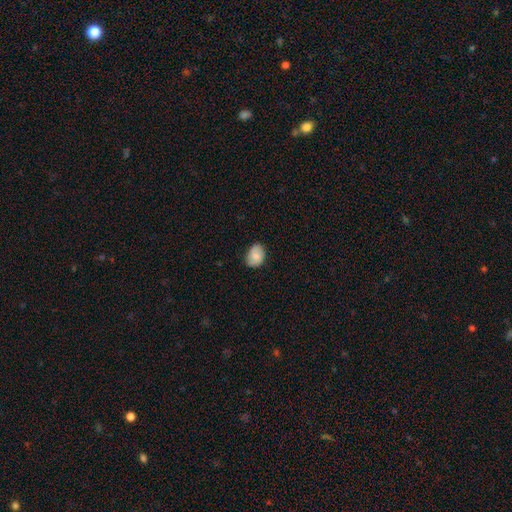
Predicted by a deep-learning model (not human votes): smooth-or-featured: smooth: 78% | featured or disk: 15% | star or artifact: 7%
  how-rounded: in between: 69% | round: 30% | cigar-shaped: 1%
  merging: none: 75% | minor disturbance: 20% | major disturbance: 4% | merger: 1%